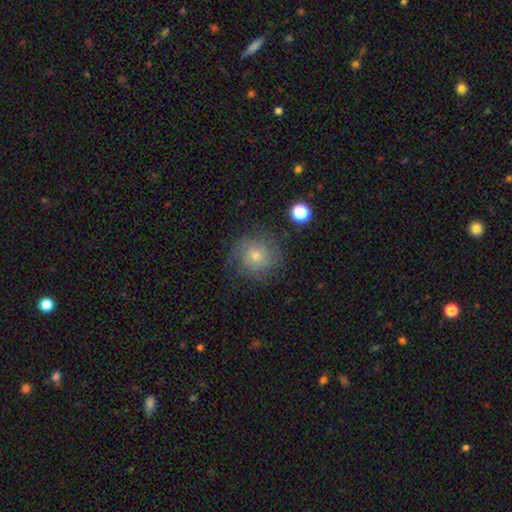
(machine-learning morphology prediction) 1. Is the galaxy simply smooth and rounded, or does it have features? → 49% featured or disk, 38% smooth, 13% star or artifact.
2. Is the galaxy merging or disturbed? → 73% none, 16% minor disturbance, 9% major disturbance, 2% merger.